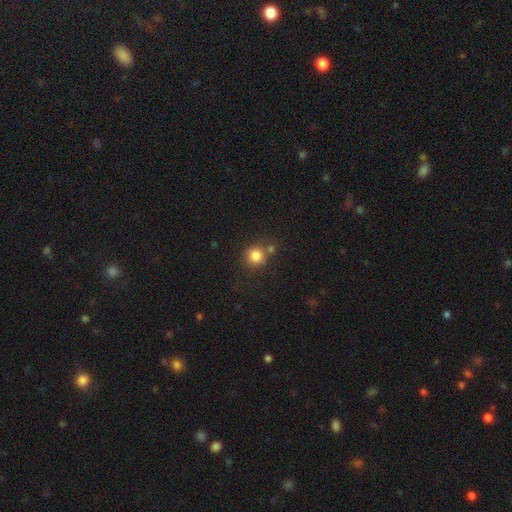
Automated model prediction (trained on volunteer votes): Smooth or featured: smooth — 82% (star or artifact — 12%)
How rounded: round — 90% (in between — 9%)
Merging: none — 69% (merger — 17%)